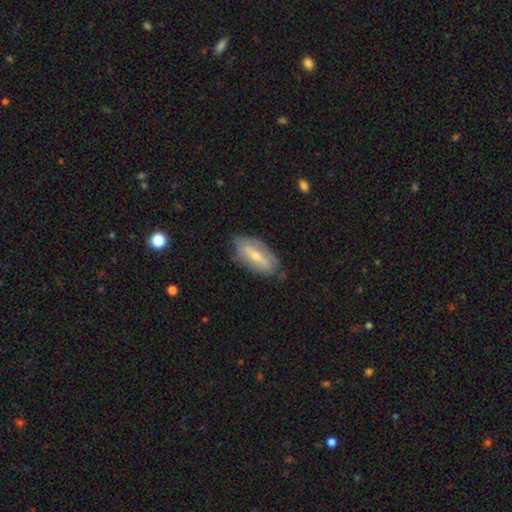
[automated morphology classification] Smooth or featured? Predicted: featured or disk (p=0.51). Edge-on disk? Predicted: no (p=0.81). Merging? Predicted: none (p=0.71).